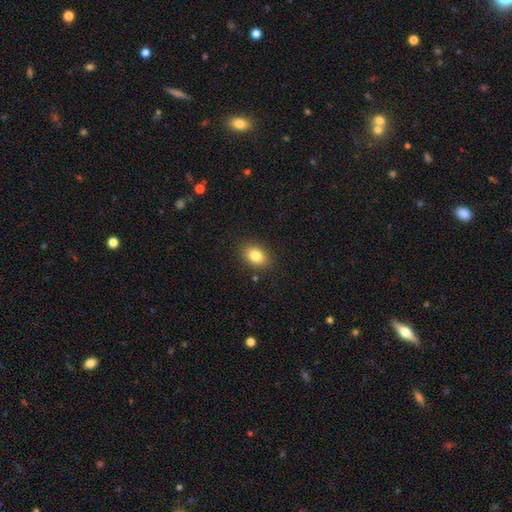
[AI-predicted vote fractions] Smooth or featured?
  - smooth: 83% *
  - star or artifact: 9%
  - featured or disk: 8%
How rounded?
  - in between: 73% *
  - round: 26%
  - cigar-shaped: 1%
Merging?
  - none: 87% *
  - minor disturbance: 9%
  - major disturbance: 3%
  - merger: 1%